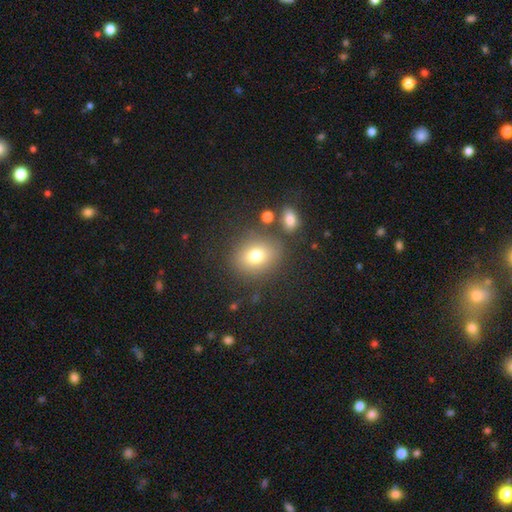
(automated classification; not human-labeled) smooth 76%, star or artifact 13%, featured or disk 12%. Down the decision tree: how rounded — round (58%); merging — none (78%).